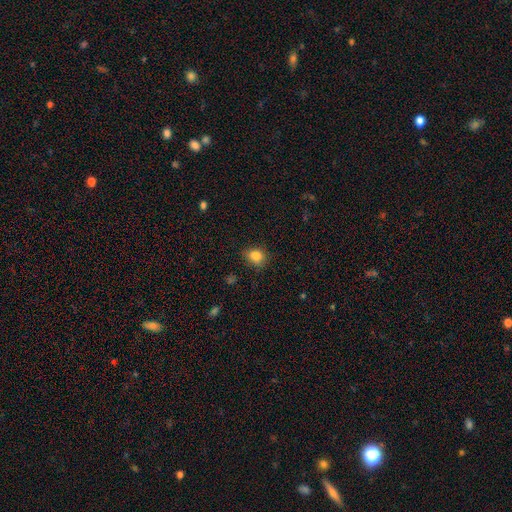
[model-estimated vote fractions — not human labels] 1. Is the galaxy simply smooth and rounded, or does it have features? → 84% smooth, 11% star or artifact, 6% featured or disk.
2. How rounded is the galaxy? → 58% round, 41% in between, 1% cigar-shaped.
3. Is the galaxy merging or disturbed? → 83% none, 13% minor disturbance, 3% major disturbance, 1% merger.